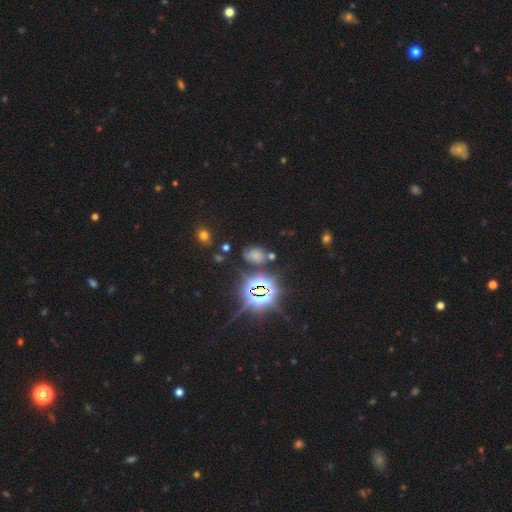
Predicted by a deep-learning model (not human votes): This is possibly a star or artifact rather than a galaxy (47%).